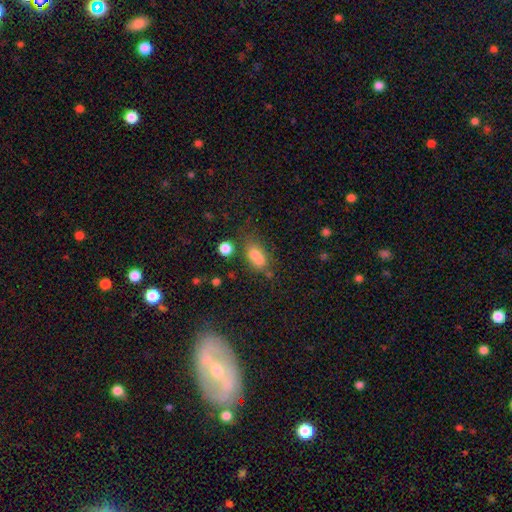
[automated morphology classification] Smooth or featured?
  - smooth: 72% *
  - featured or disk: 14%
  - star or artifact: 13%
How rounded?
  - in between: 75% *
  - round: 17%
  - cigar-shaped: 8%
Merging?
  - none: 42% *
  - merger: 29%
  - minor disturbance: 19%
  - major disturbance: 9%